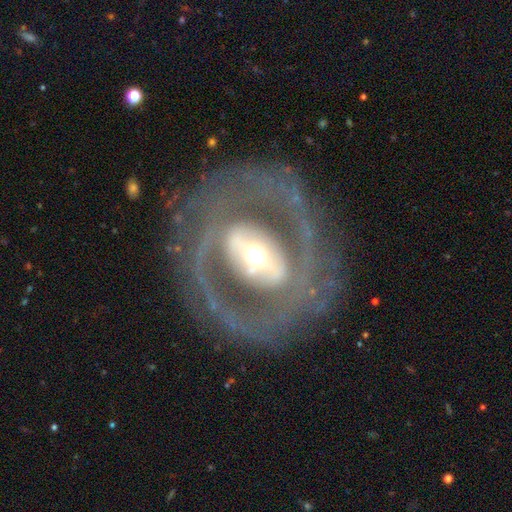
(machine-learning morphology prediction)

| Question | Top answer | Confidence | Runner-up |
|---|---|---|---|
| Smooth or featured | featured or disk | 81% | smooth (13%) |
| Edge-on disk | no | 93% | yes (7%) |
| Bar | strong | 48% | no (27%) |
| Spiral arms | yes | 63% | no (37%) |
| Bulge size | moderate | 54% | large (25%) |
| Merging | none | 73% | major disturbance (14%) |